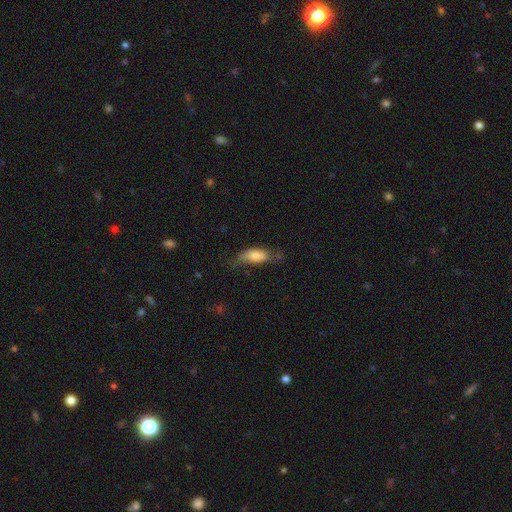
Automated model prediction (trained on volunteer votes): A smooth galaxy with no disk features (77%) that is in between round and cigar-shaped (71%). Merging: none (51%).